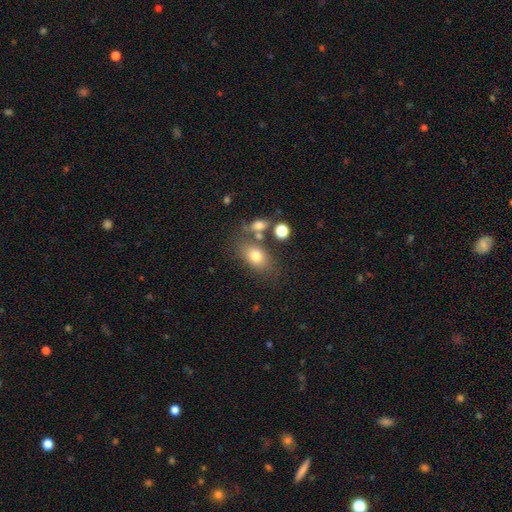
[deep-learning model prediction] This appears to be a smooth galaxy with no disk features (75%) that is in between round and cigar-shaped (80%). Merging: none (66%).